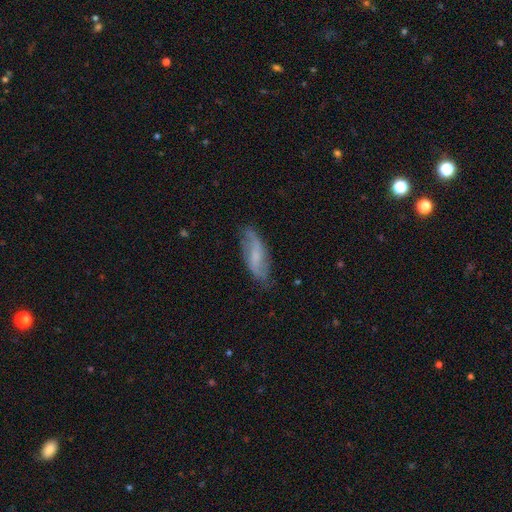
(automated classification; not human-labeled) A featured or disk galaxy (60%) with a weak bar (48%), spiral arms (89%) and a small central bulge (50%). Merging: none (74%).